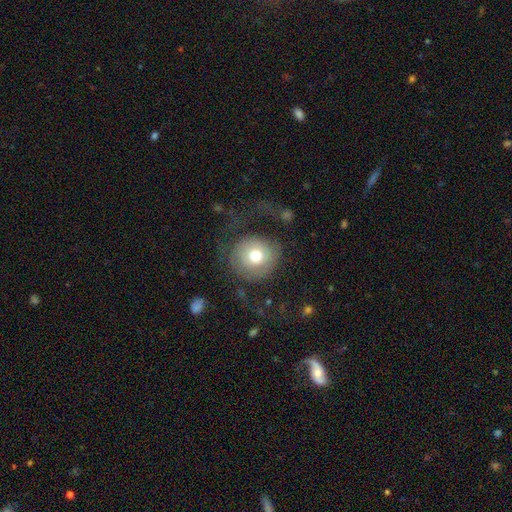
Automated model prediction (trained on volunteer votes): Morphology: type=smooth (64%); roundness=round (91%); merging=none (46%).